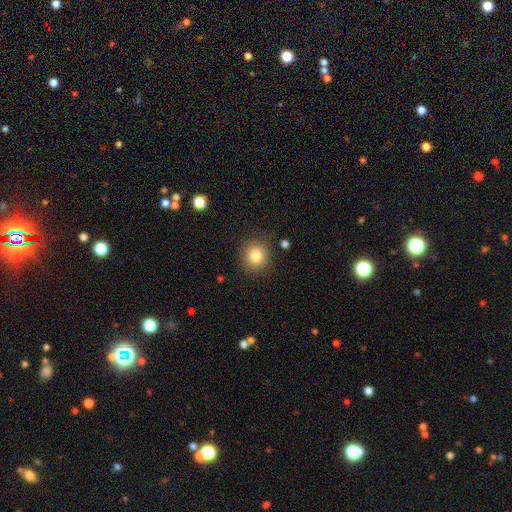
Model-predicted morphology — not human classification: Smooth or featured? smooth (82%)
How rounded? round (89%)
Merging? none (86%)